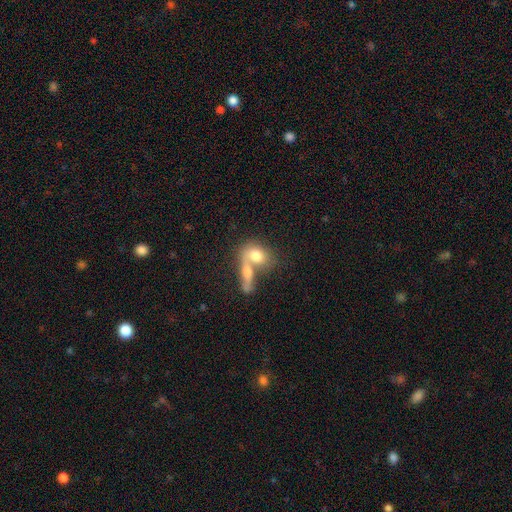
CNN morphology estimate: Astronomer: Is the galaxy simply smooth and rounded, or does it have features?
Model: smooth — 70%.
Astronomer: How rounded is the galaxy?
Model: in between — 63%.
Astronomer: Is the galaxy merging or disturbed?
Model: merger — 62%.